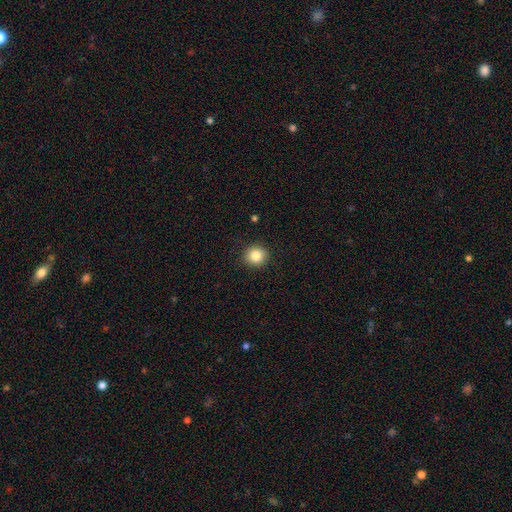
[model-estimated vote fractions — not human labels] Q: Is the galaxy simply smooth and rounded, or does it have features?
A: smooth — 85%.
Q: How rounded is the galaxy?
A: round — 90%.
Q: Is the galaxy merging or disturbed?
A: none — 91%.